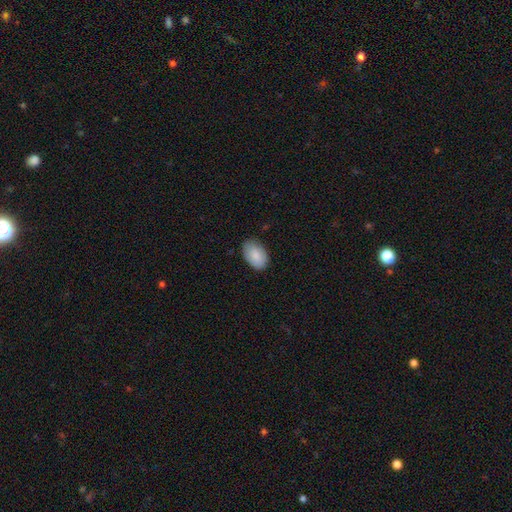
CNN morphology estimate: smooth_or_featured: smooth (p=0.87) [alt: featured or disk p=0.07]
how_rounded: in between (p=0.92) [alt: round p=0.07]
merging: none (p=0.80) [alt: minor disturbance p=0.16]